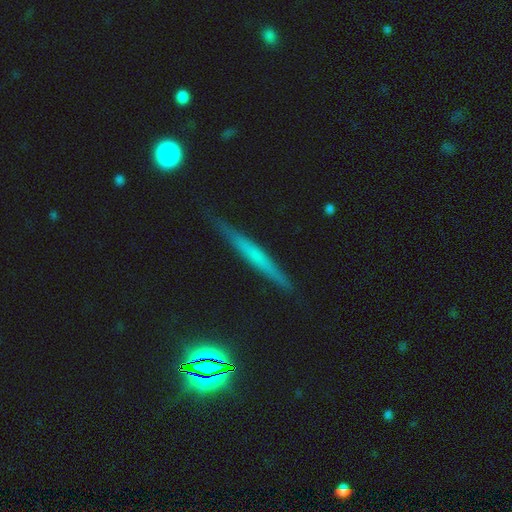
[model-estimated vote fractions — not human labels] A featured or disk galaxy (47%). Merging: none (87%).